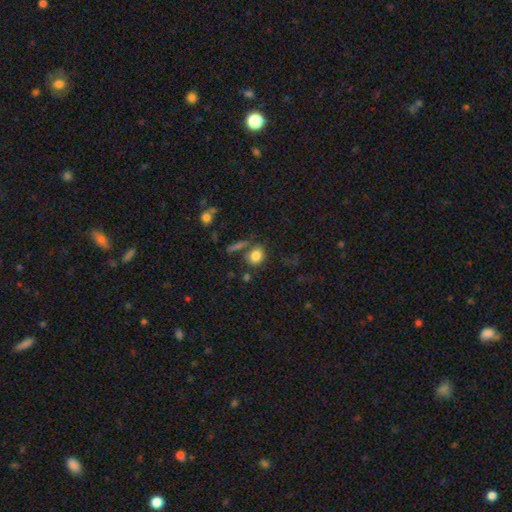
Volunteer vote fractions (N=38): Morphology: type=smooth (84%); roundness=round (62%); merging=none (54%).